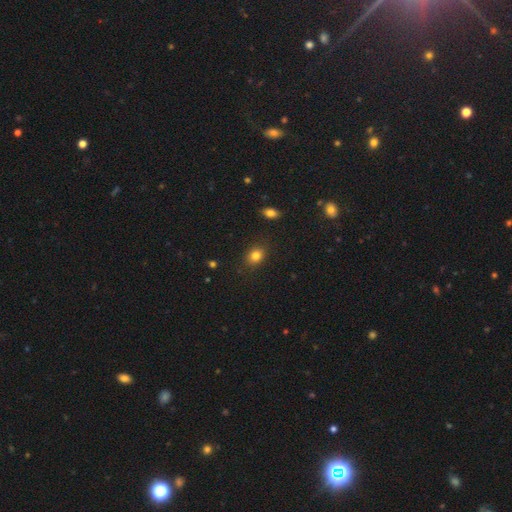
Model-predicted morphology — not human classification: Q: Smooth or featured?
A: smooth (82%); runner-up: star or artifact (11%)
Q: How rounded?
A: in between (54%); runner-up: round (45%)
Q: Merging?
A: none (85%); runner-up: minor disturbance (10%)